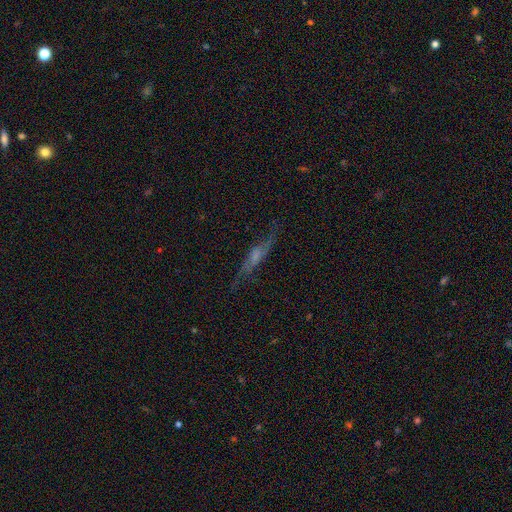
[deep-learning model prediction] Morphology: type=featured or disk (64%); edge-on=yes (63%); merging=none (70%).